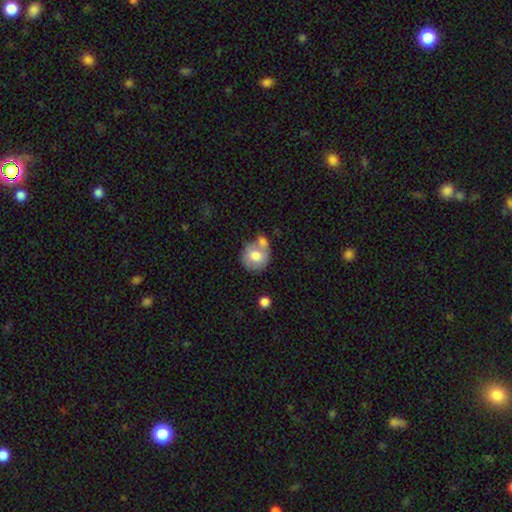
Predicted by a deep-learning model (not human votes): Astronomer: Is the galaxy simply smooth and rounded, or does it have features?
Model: smooth — 70%.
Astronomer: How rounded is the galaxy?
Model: round — 81%.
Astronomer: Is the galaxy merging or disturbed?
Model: merger — 39%, tied with none at 39%.